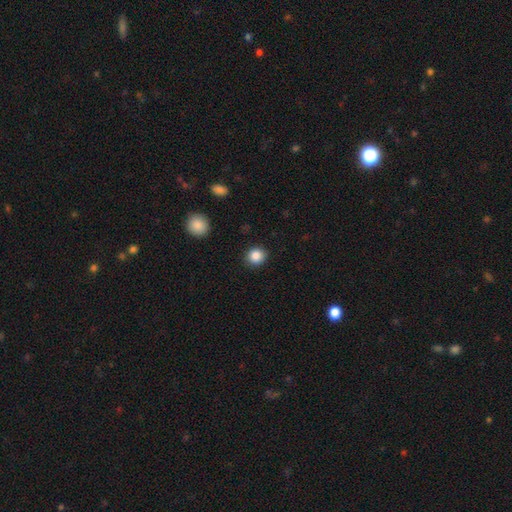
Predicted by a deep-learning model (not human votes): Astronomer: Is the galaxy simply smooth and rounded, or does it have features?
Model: smooth — 87%.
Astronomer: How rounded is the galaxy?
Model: round — 85%.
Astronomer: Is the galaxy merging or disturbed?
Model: none — 90%.